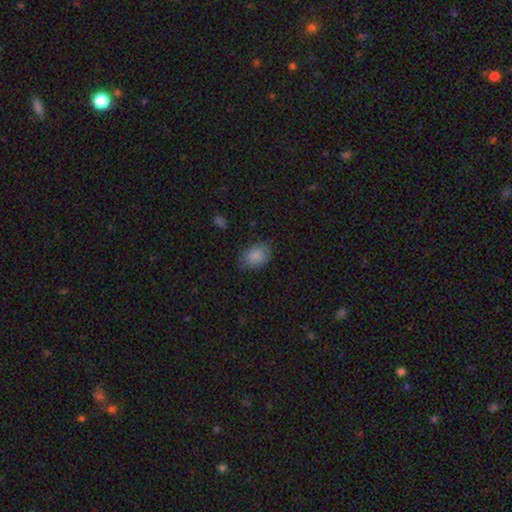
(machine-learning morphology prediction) smooth_or_featured: smooth (p=0.86) [alt: star or artifact p=0.08]
how_rounded: in between (p=0.71) [alt: round p=0.28]
merging: none (p=0.76) [alt: minor disturbance p=0.18]